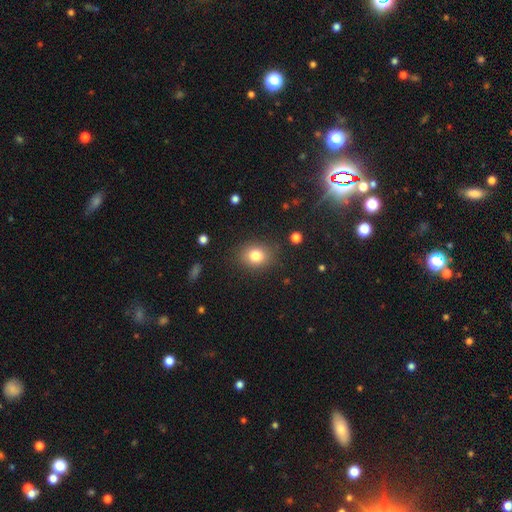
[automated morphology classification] This appears to be a smooth galaxy with no disk features (81%) that is round (54%). Merging: none (84%).